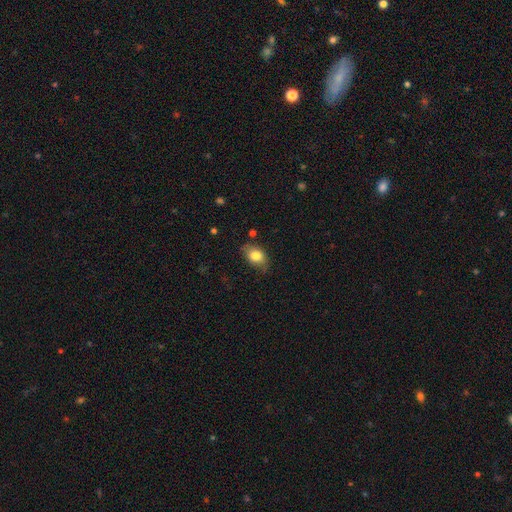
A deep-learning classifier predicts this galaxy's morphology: A smooth galaxy with no disk features (80%) that is in between round and cigar-shaped (81%).

Vote fractions:
- Smooth or featured? smooth: 80% / featured or disk: 12% / star or artifact: 8%
- How rounded? in between: 81% / round: 17% / cigar-shaped: 2%
- Merging? none: 69% / minor disturbance: 25% / major disturbance: 5% / merger: 2%